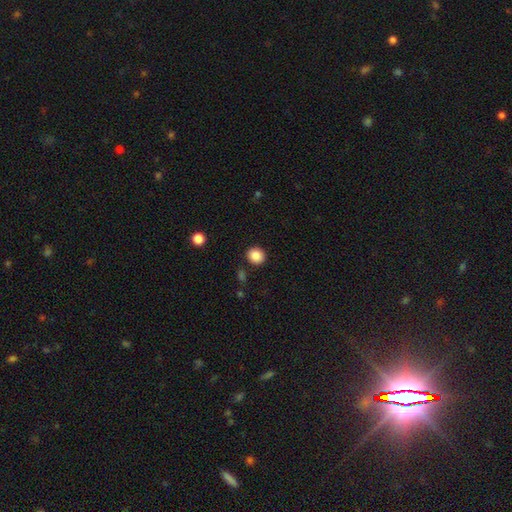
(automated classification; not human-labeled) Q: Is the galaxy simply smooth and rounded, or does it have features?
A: smooth — 87%.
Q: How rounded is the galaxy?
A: round — 81%.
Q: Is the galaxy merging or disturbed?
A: none — 89%.